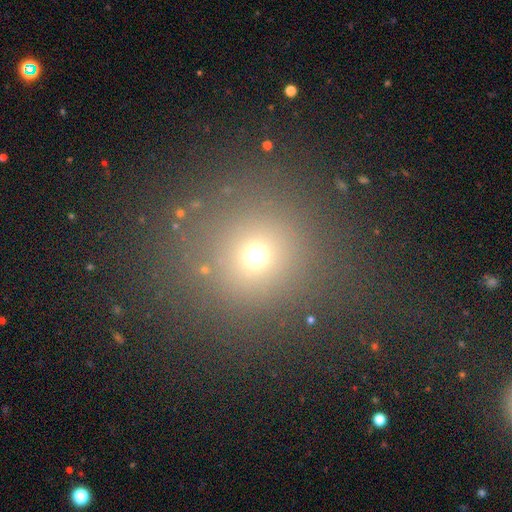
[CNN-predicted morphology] A smooth galaxy with no disk features (67%) that is round (90%). Merging: none (84%).